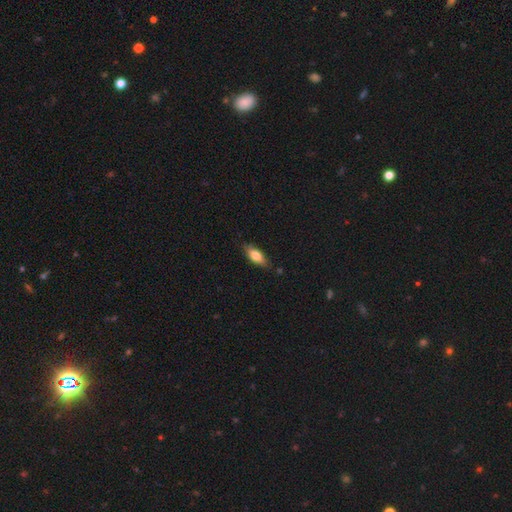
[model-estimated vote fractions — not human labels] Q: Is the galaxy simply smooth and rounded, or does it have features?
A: smooth — 71%.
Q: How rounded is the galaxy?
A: in between — 75%.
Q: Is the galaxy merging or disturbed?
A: none — 81%.